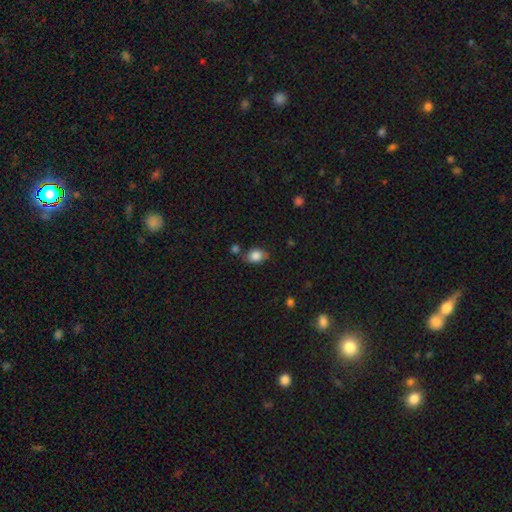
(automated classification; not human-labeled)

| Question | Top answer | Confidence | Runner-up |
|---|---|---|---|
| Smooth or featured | smooth | 84% | star or artifact (9%) |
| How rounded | in between | 69% | round (29%) |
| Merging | none | 69% | minor disturbance (19%) |